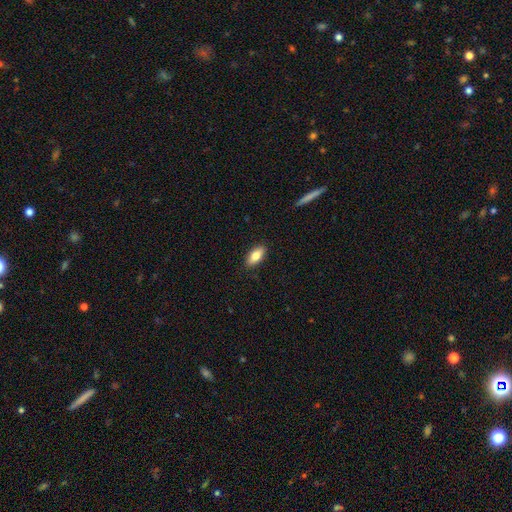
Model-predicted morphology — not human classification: Smooth or featured?
  - smooth: 78% *
  - featured or disk: 15%
  - star or artifact: 7%
How rounded?
  - in between: 85% *
  - cigar-shaped: 12%
  - round: 3%
Merging?
  - none: 89% *
  - minor disturbance: 8%
  - major disturbance: 2%
  - merger: 1%